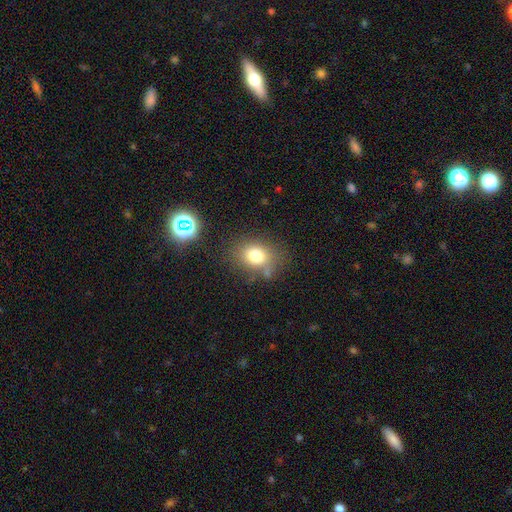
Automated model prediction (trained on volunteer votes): Smooth or featured? smooth (77%)
How rounded? in between (52%)
Merging? none (68%)